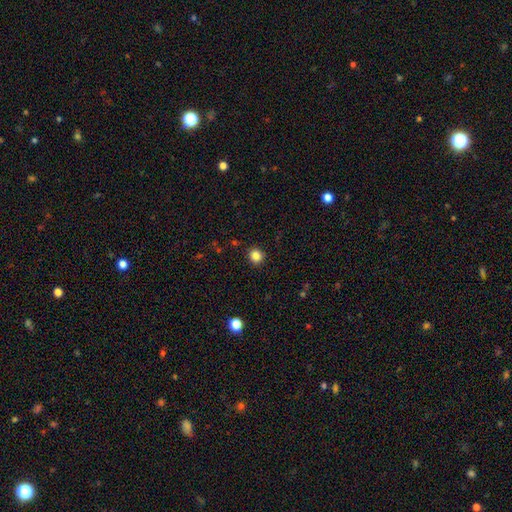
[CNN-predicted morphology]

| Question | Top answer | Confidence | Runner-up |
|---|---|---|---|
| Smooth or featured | smooth | 84% | star or artifact (12%) |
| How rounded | round | 91% | in between (8%) |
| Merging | none | 92% | minor disturbance (6%) |